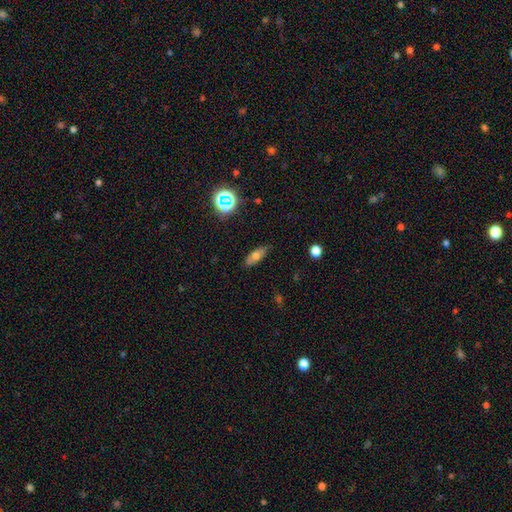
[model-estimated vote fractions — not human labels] smooth 63%, featured or disk 25%, star or artifact 12%. Down the decision tree: how rounded — in between (76%); merging — none (80%).